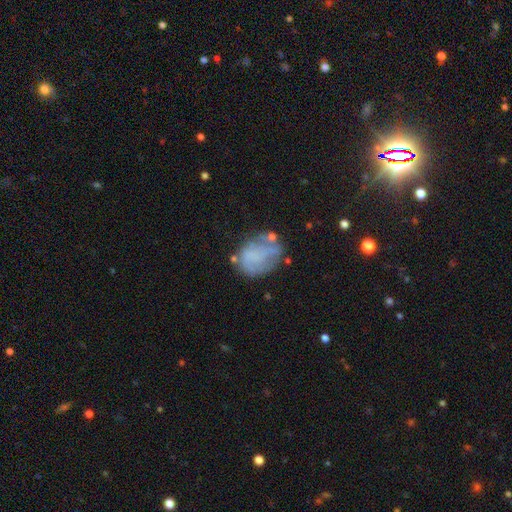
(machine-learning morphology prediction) Smooth or featured?
  - smooth: 49% *
  - featured or disk: 40%
  - star or artifact: 11%
Merging?
  - none: 46% *
  - minor disturbance: 27%
  - major disturbance: 19%
  - merger: 8%